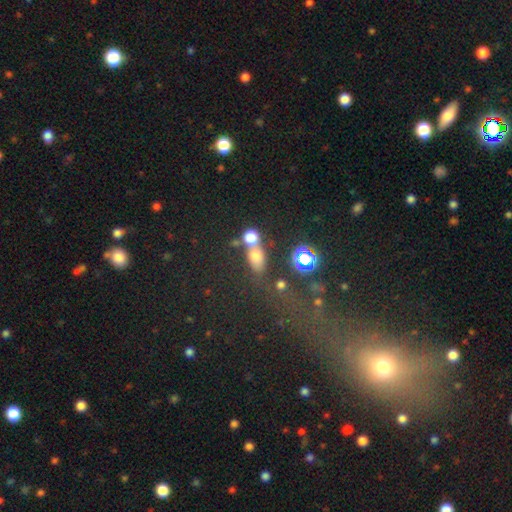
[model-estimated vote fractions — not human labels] Smooth or featured?
  - smooth: 65% *
  - star or artifact: 22%
  - featured or disk: 13%
How rounded?
  - in between: 56% *
  - round: 38%
  - cigar-shaped: 6%
Merging?
  - none: 43% *
  - merger: 39%
  - minor disturbance: 11%
  - major disturbance: 7%